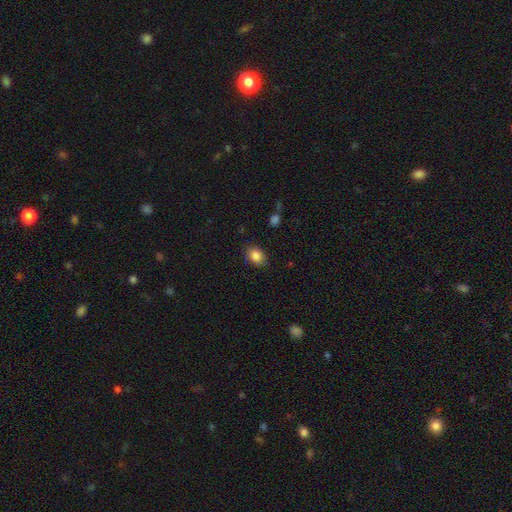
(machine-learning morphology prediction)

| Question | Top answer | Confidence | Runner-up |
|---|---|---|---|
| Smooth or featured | smooth | 85% | star or artifact (9%) |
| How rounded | in between | 74% | round (25%) |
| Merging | none | 82% | minor disturbance (14%) |